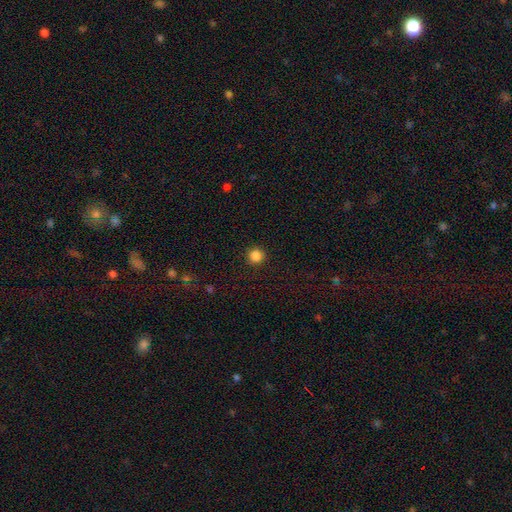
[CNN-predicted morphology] Smooth or featured? Predicted: smooth (p=0.86). How rounded? Predicted: round (p=0.95). Merging? Predicted: none (p=0.92).